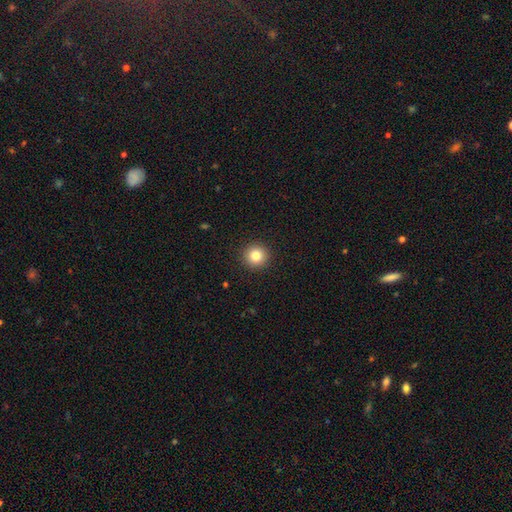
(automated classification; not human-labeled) The model was most divided on "smooth or featured": smooth: 83%, star or artifact: 11%, featured or disk: 7%. More confident: how rounded — round (95%); merging — none (93%).